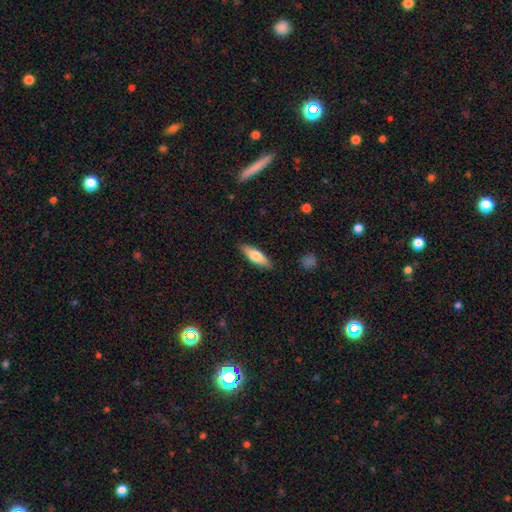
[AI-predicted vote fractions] Morphology: type=smooth (71%); roundness=in between (56%); merging=none (87%).